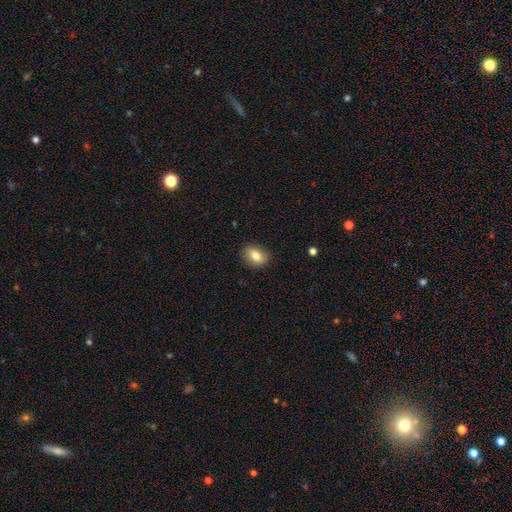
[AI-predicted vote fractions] Overall: smooth (82%). How rounded: in between (73%). Merging: none (86%).